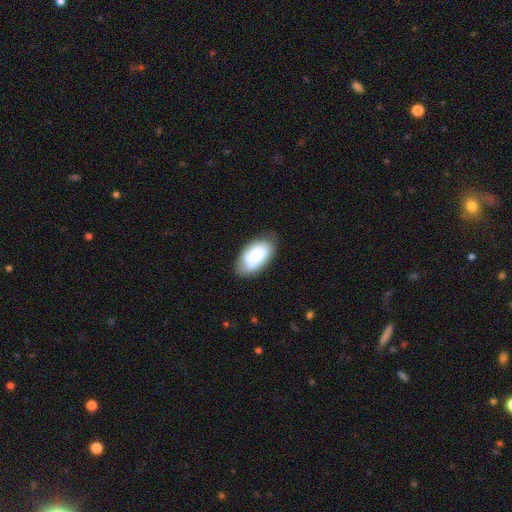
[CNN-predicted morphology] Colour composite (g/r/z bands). It shows a smooth galaxy with no disk features (65%) that is in between round and cigar-shaped (94%). Merging: none (62%).